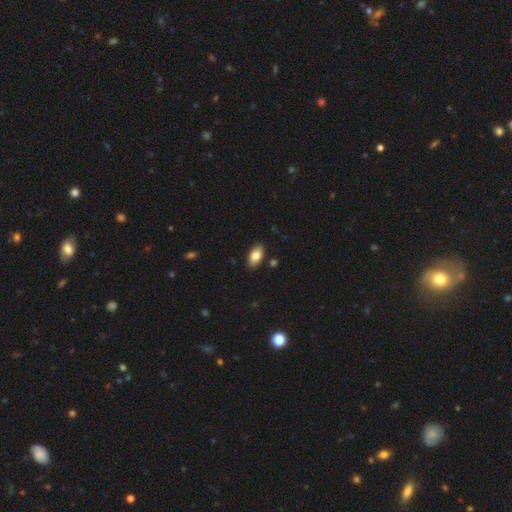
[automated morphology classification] Smooth or featured? Predicted: smooth (p=0.81). How rounded? Predicted: in between (p=0.93). Merging? Predicted: none (p=0.87).